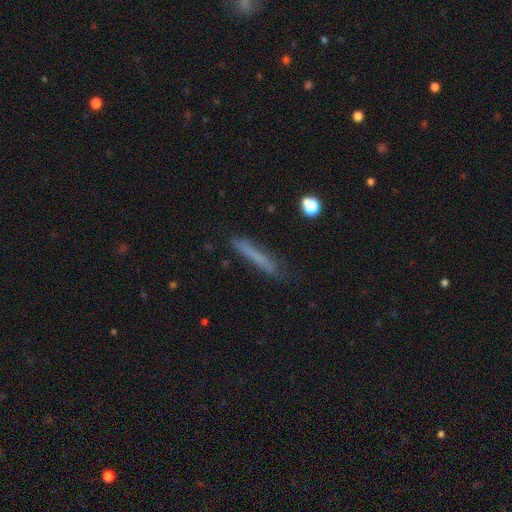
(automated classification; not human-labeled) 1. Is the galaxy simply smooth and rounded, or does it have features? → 66% smooth, 25% featured or disk, 9% star or artifact.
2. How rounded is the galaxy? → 95% cigar-shaped, 4% in between, 1% round.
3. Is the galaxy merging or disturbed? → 80% none, 15% minor disturbance, 4% major disturbance, 2% merger.